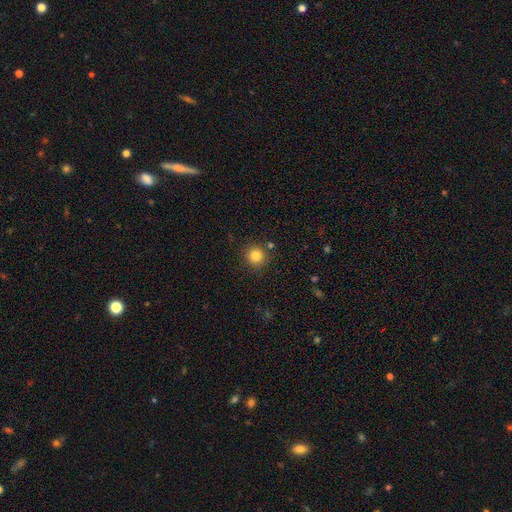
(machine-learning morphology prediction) The model was most divided on "smooth or featured": smooth: 83%, star or artifact: 12%, featured or disk: 5%. More confident: how rounded — round (94%); merging — none (86%).